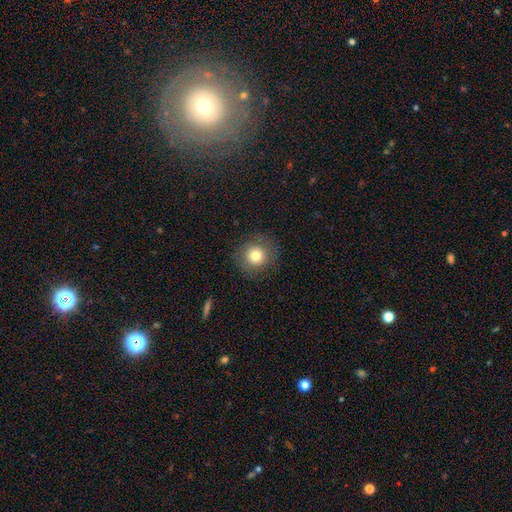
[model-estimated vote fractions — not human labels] smooth-or-featured: smooth: 77% | featured or disk: 13% | star or artifact: 10%
  how-rounded: round: 91% | in between: 8% | cigar-shaped: 1%
  merging: none: 86% | minor disturbance: 9% | major disturbance: 4% | merger: 1%